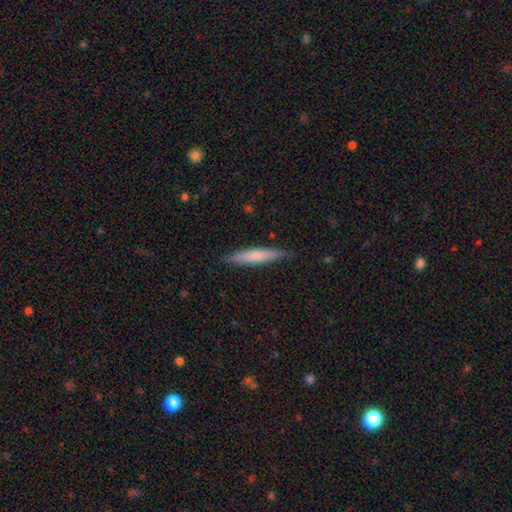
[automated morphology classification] type=smooth (67%); roundness=cigar-shaped (91%); merging=none (87%).